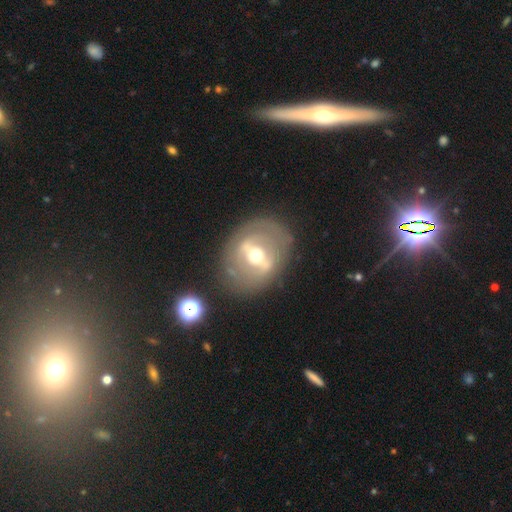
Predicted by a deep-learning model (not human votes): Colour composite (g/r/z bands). It shows a featured or disk galaxy (73%) with a strong bar (59%), no spiral arms (62%) and a moderate central bulge (71%). Merging: none (76%).